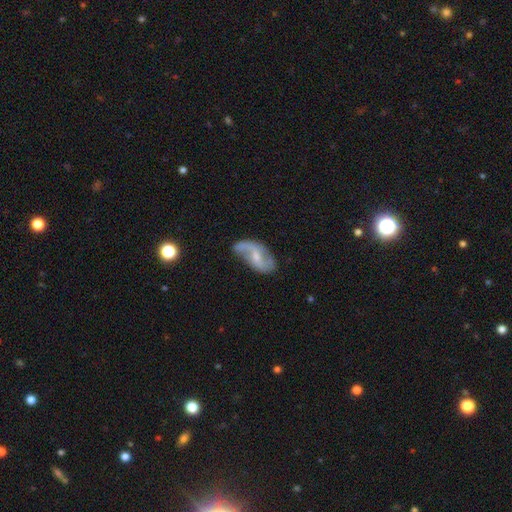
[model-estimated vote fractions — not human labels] Overall: featured or disk (79%). Edge-on disk: no (96%). Bar: weak (50%; no 33%). Spiral arms: yes (92%). Spiral arm count: 2 (86%). Spiral winding: loose (72%). Bulge size: small (57%; moderate 31%). Merging: none (58%; minor disturbance 26%).